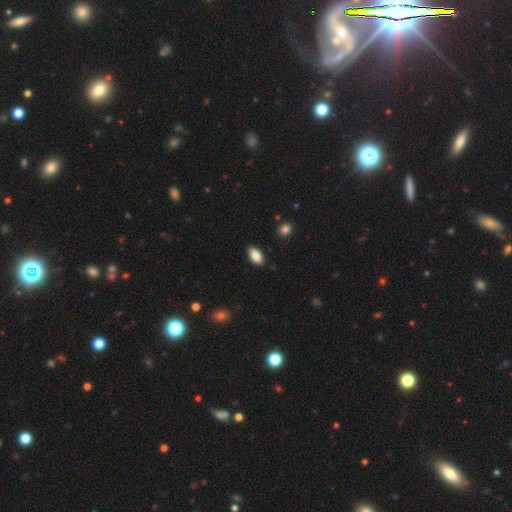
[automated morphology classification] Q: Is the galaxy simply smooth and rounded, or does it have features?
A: smooth — 86%.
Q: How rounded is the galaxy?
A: in between — 93%.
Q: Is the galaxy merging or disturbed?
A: none — 88%.